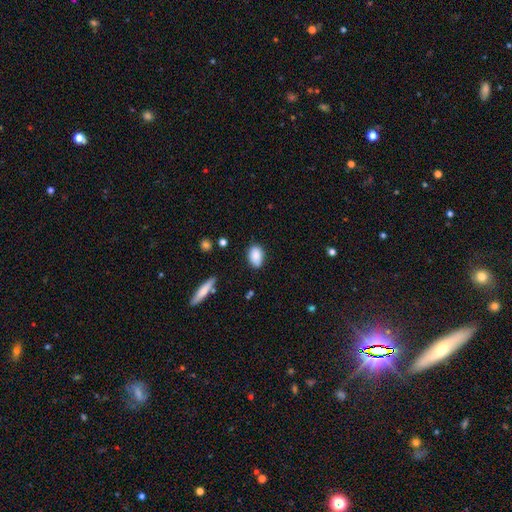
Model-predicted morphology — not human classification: smooth_or_featured: smooth (p=0.87) [alt: star or artifact p=0.07]
how_rounded: in between (p=0.87) [alt: round p=0.11]
merging: none (p=0.77) [alt: minor disturbance p=0.18]